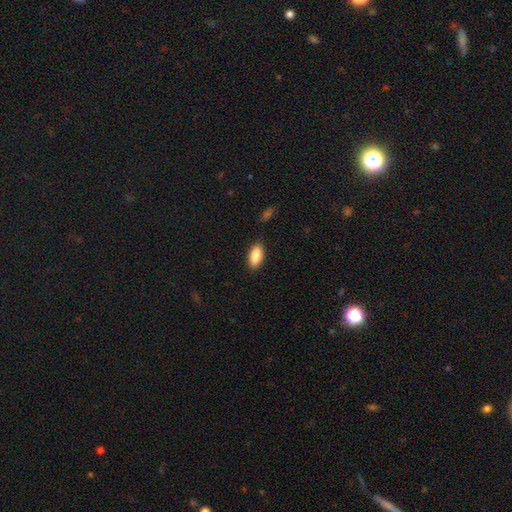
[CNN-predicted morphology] The model was most divided on "merging": none: 87%, minor disturbance: 9%, major disturbance: 2%, merger: 1%. More confident: how rounded — in between (91%); smooth or featured — smooth (88%).